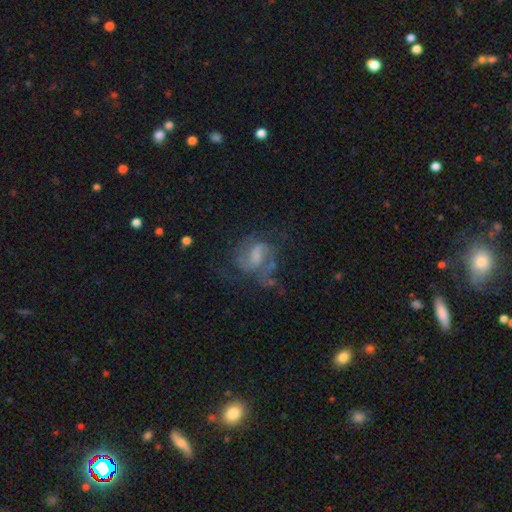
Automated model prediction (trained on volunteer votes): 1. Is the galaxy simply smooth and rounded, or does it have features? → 70% featured or disk, 21% smooth, 10% star or artifact.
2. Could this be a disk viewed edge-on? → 97% no, 3% yes.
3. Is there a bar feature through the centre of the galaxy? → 50% weak, 33% no, 16% strong.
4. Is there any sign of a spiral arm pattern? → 81% yes, 19% no.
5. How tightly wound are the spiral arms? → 49% medium, 28% loose, 24% tight.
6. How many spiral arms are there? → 55% 2, 23% can't tell, 10% 3, 7% 1, 3% 4, 2% more than 4.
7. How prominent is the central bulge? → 33% moderate, 30% small, 25% none, 10% large, 2% dominant.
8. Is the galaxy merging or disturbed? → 44% none, 31% major disturbance, 20% minor disturbance, 5% merger.